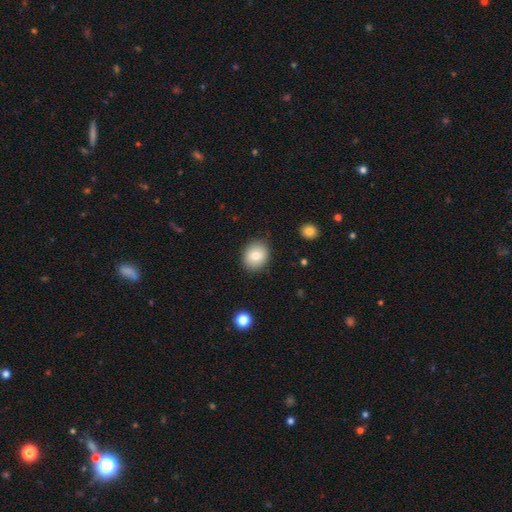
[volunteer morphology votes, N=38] smooth_or_featured: smooth (p=0.89) [alt: featured or disk p=0.05]
how_rounded: round (p=0.76) [alt: in between p=0.24]
merging: none (p=1.00)